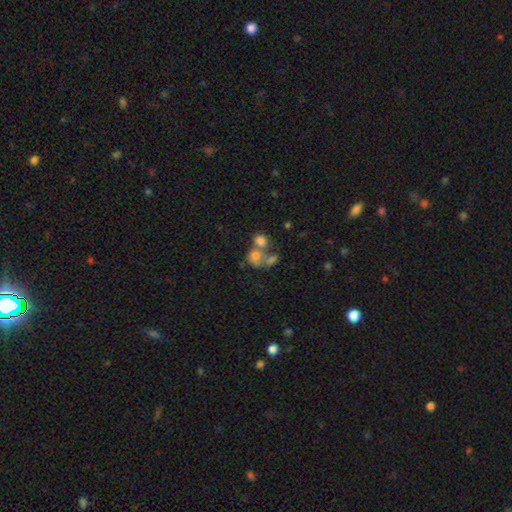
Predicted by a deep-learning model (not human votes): Overall: smooth (67%). How rounded: round (57%; in between 42%). Merging: merger (60%; none 22%).